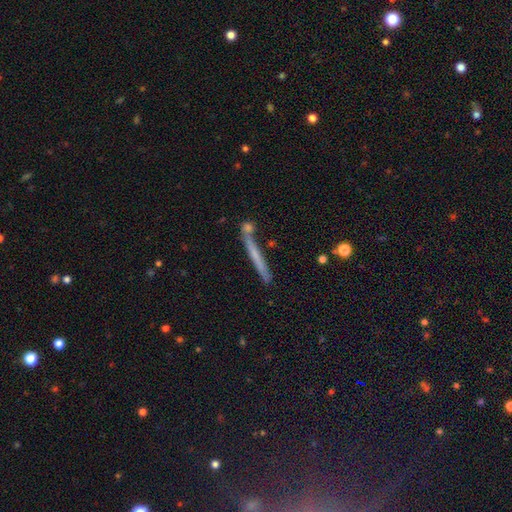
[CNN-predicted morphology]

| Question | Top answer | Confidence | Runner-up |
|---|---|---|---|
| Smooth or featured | smooth | 51% | featured or disk (42%) |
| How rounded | cigar-shaped | 96% | in between (2%) |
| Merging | none | 76% | minor disturbance (11%) |